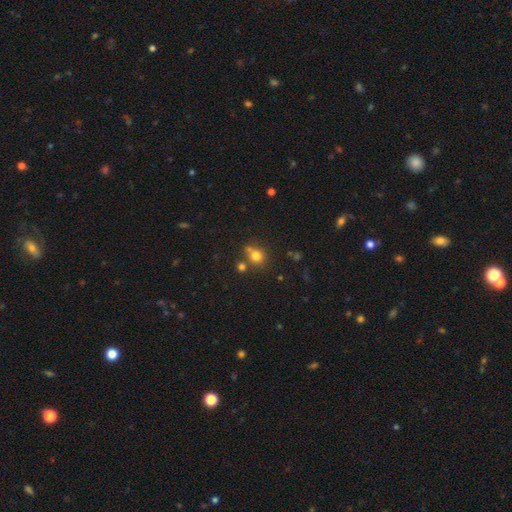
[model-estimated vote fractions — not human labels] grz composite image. It shows a smooth galaxy with no disk features (76%) that is round (82%). Merging: none (59%).